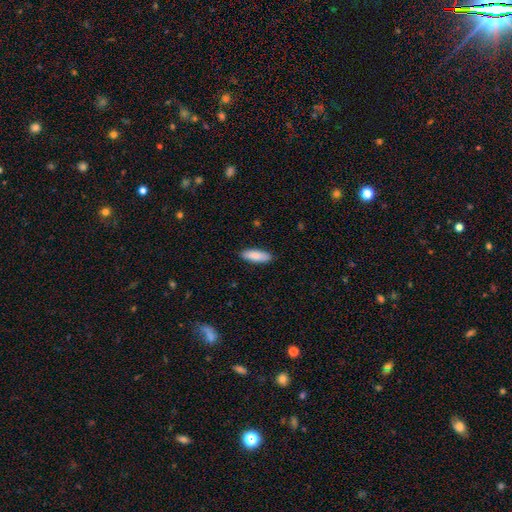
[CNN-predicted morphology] Smooth or featured: smooth — 87% (featured or disk — 7%)
How rounded: in between — 65% (cigar-shaped — 33%)
Merging: none — 89% (minor disturbance — 8%)